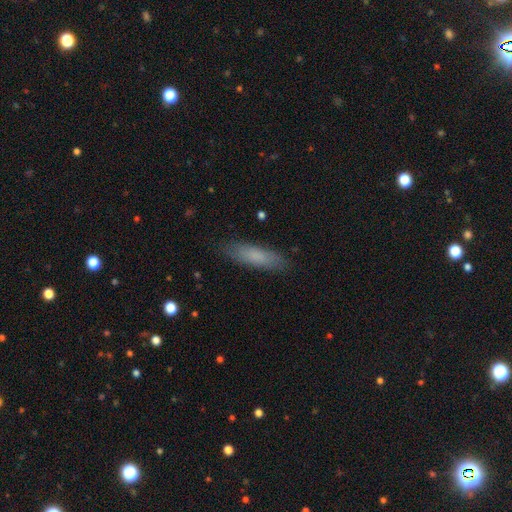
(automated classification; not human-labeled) The model was most divided on "how rounded": cigar-shaped: 67%, in between: 32%, round: 1%. More confident: merging — none (85%); smooth or featured — smooth (78%).